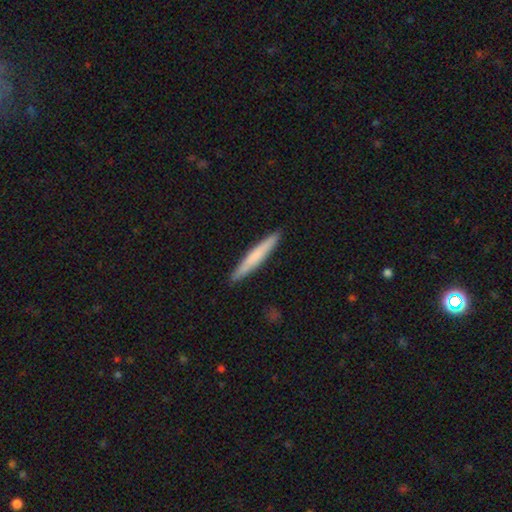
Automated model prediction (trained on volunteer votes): This is likely a smooth galaxy (67%). How rounded: clearly cigar-shaped (96%). Merging: clearly none (91%).